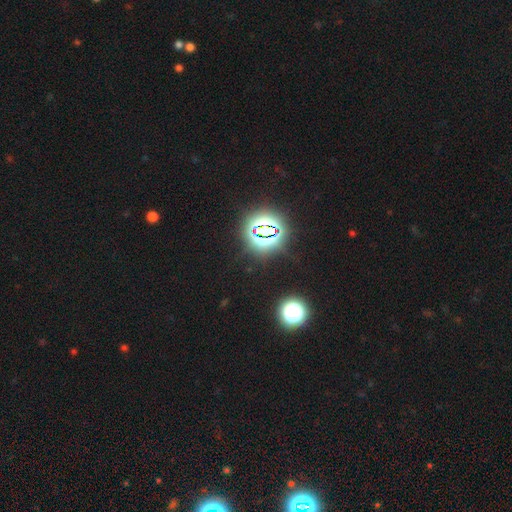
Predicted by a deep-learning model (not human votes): Smooth or featured? Predicted: star or artifact (p=0.82).